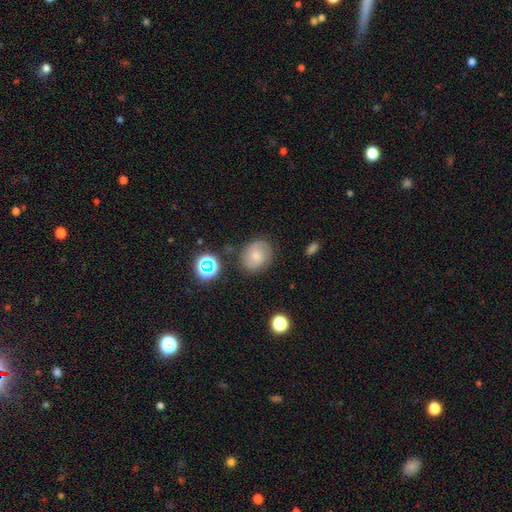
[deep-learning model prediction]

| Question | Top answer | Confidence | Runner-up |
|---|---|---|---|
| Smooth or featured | smooth | 57% | featured or disk (30%) |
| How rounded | round | 65% | in between (34%) |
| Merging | none | 77% | minor disturbance (16%) |